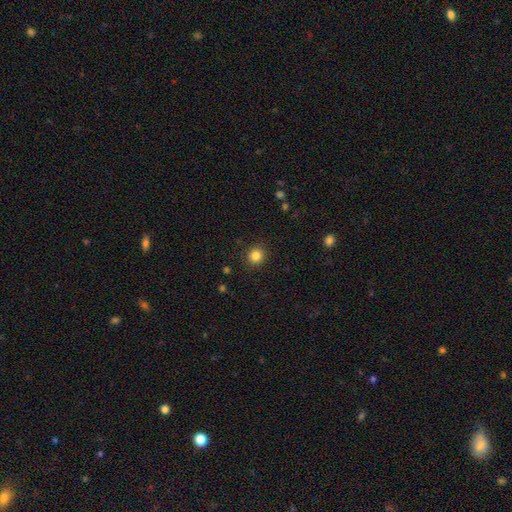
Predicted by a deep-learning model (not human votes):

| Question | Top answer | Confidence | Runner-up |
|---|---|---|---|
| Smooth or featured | smooth | 84% | star or artifact (12%) |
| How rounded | round | 90% | in between (10%) |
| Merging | none | 90% | minor disturbance (6%) |